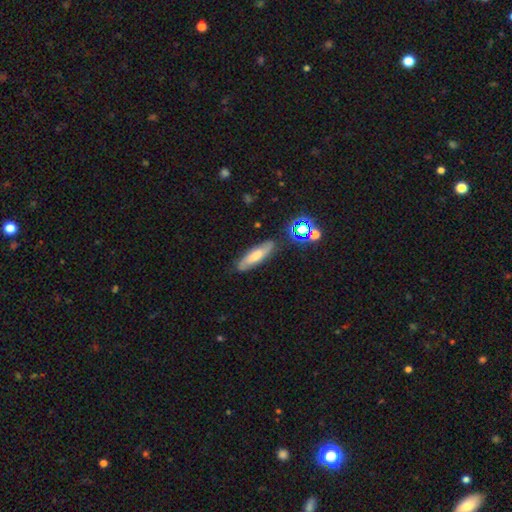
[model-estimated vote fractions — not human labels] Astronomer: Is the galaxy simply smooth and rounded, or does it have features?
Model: smooth — 49% (runner-up: featured or disk, 41%).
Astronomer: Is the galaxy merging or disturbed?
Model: none — 80%.